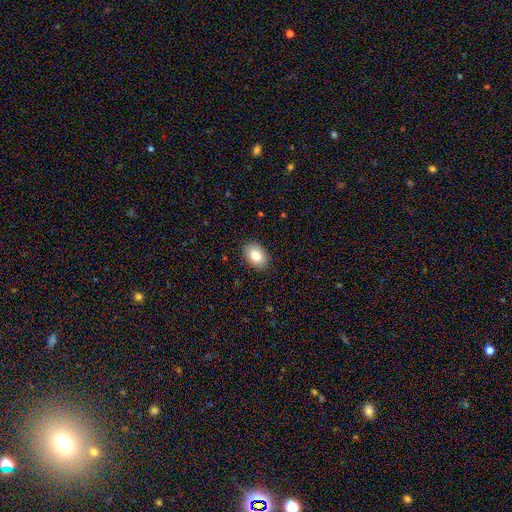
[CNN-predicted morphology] type=smooth (85%); roundness=in between (81%); merging=none (88%).